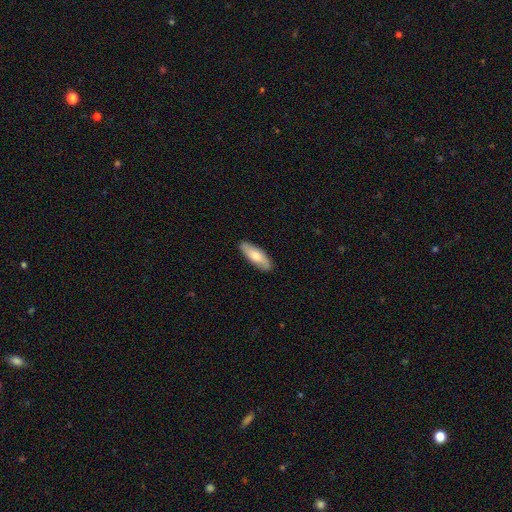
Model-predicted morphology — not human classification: Smooth or featured: smooth — 69% (featured or disk — 26%)
How rounded: in between — 66% (cigar-shaped — 32%)
Merging: none — 87% (minor disturbance — 10%)